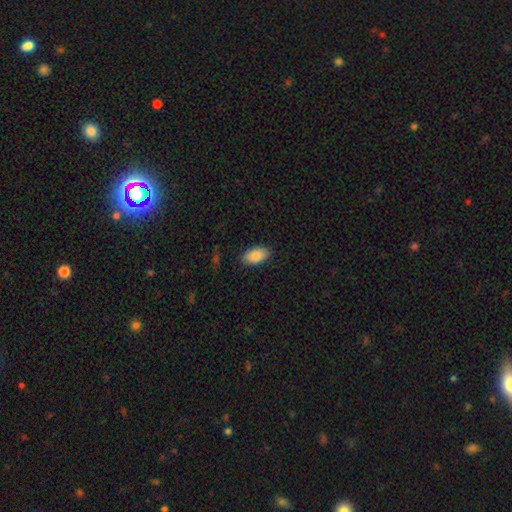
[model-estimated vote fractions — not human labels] The model was most divided on "merging": none: 87%, minor disturbance: 10%, major disturbance: 2%, merger: 1%. More confident: how rounded — in between (95%); smooth or featured — smooth (88%).